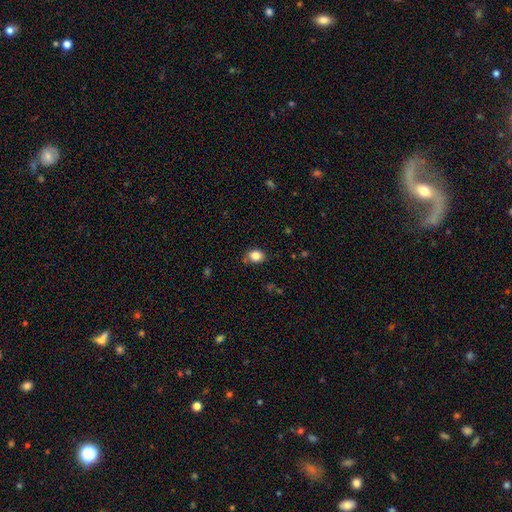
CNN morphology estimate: smooth 83%, star or artifact 10%, featured or disk 7%. Down the decision tree: how rounded — in between (58%); merging — none (82%).